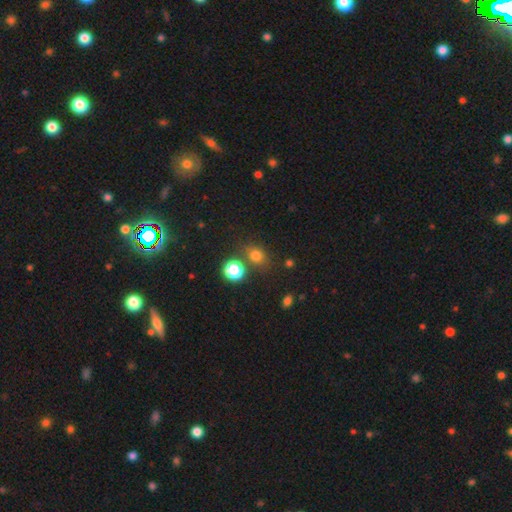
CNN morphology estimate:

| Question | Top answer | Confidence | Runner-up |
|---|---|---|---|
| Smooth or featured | smooth | 73% | star or artifact (21%) |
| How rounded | round | 71% | in between (28%) |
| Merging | none | 75% | minor disturbance (11%) |